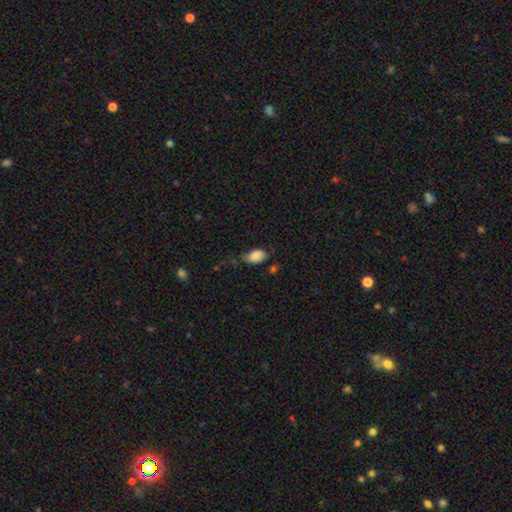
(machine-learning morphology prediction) The model was most divided on "merging": none: 50%, minor disturbance: 34%, major disturbance: 13%, merger: 3%. More confident: how rounded — in between (91%); smooth or featured — smooth (83%).